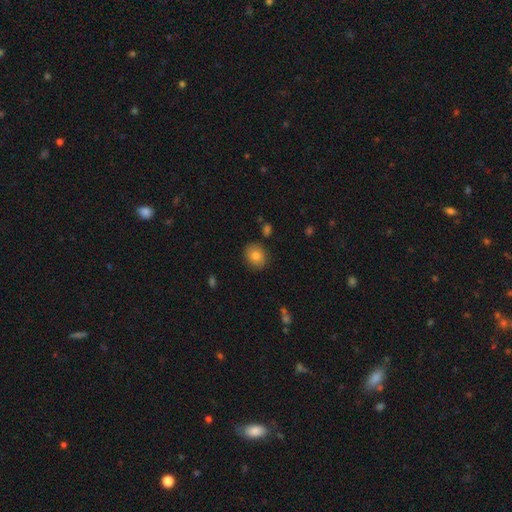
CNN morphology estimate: type=smooth (82%); roundness=round (64%); merging=none (86%).